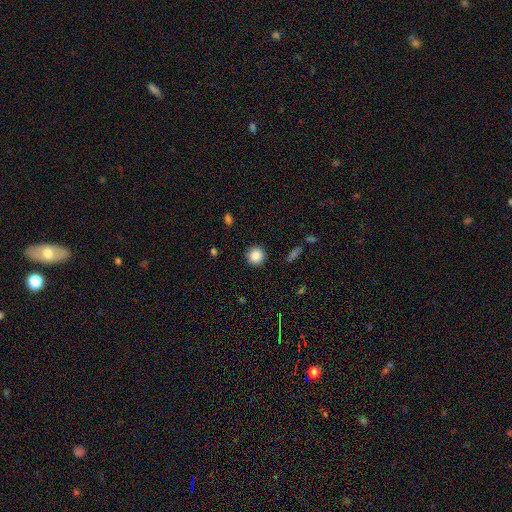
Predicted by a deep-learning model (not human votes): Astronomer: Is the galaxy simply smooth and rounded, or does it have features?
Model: smooth — 87%.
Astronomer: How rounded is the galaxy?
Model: round — 93%.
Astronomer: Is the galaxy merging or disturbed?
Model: none — 90%.